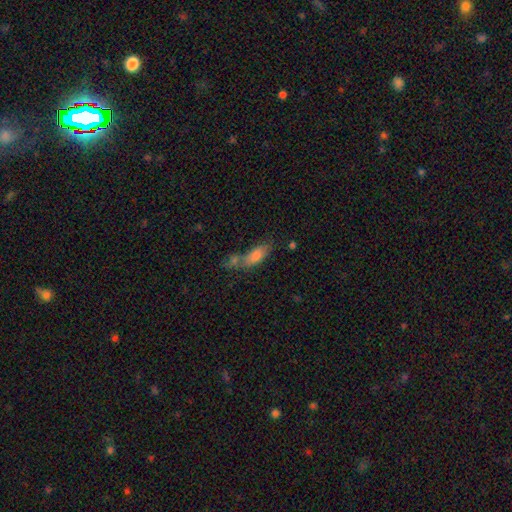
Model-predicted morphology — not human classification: A smooth galaxy with no disk features (74%) that is in between round and cigar-shaped (68%). Merging: merger (44%).